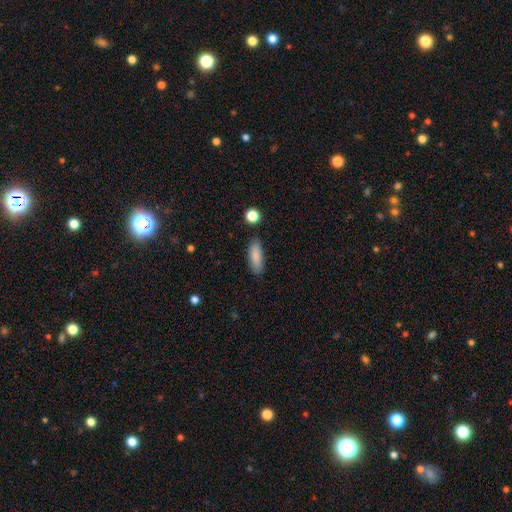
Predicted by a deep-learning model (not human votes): A smooth galaxy with no disk features (87%) that is in between round and cigar-shaped (66%). Merging: none (84%).